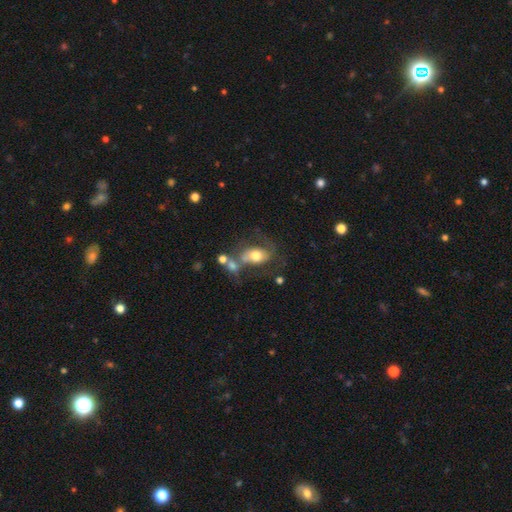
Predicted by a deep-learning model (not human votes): This appears to be a smooth galaxy with no disk features (55%) that is in between round and cigar-shaped (79%). Merging: none (32%).